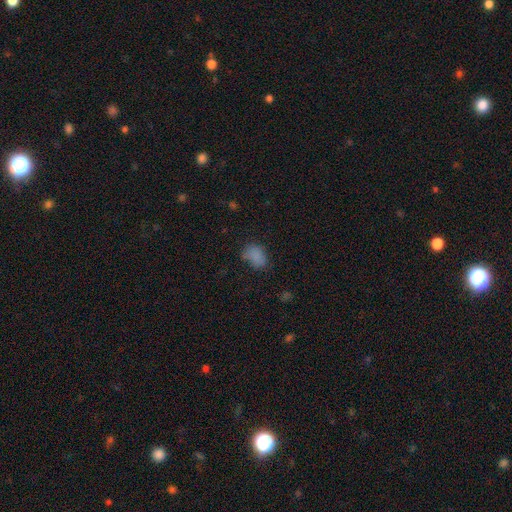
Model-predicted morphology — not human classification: Overall: smooth (79%). How rounded: in between (77%). Merging: none (58%; minor disturbance 26%).